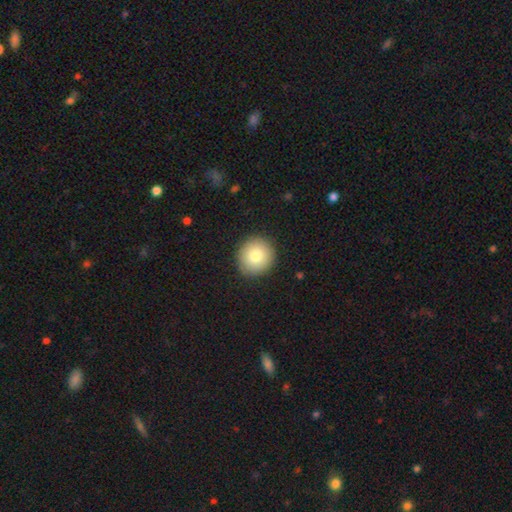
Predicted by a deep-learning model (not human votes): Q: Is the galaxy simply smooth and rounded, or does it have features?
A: smooth — 82%.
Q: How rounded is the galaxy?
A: round — 91%.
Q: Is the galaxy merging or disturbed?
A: none — 91%.